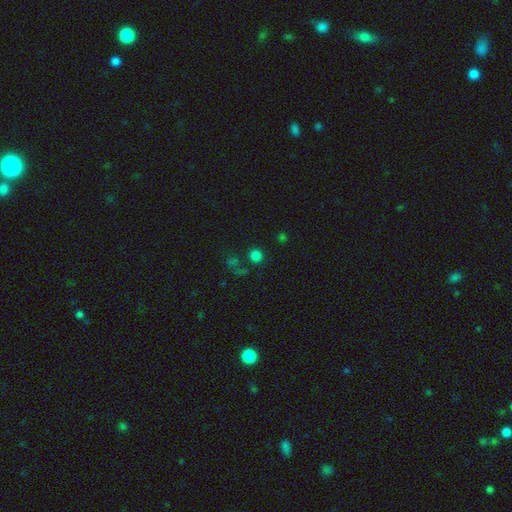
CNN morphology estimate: A smooth galaxy with no disk features (76%) that is round (92%). Merging: none (77%).